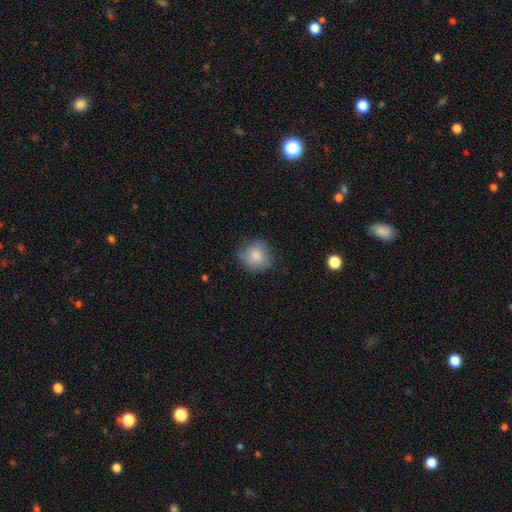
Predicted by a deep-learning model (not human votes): Q: Smooth or featured?
A: smooth (80%); runner-up: featured or disk (12%)
Q: How rounded?
A: round (83%); runner-up: in between (16%)
Q: Merging?
A: none (66%); runner-up: minor disturbance (26%)